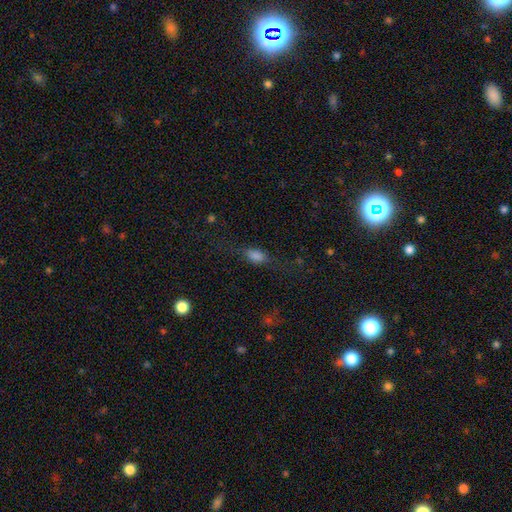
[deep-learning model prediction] smooth-or-featured: smooth: 74% | featured or disk: 14% | star or artifact: 12%
  how-rounded: in between: 78% | cigar-shaped: 15% | round: 7%
  merging: none: 61% | minor disturbance: 21% | major disturbance: 16% | merger: 3%